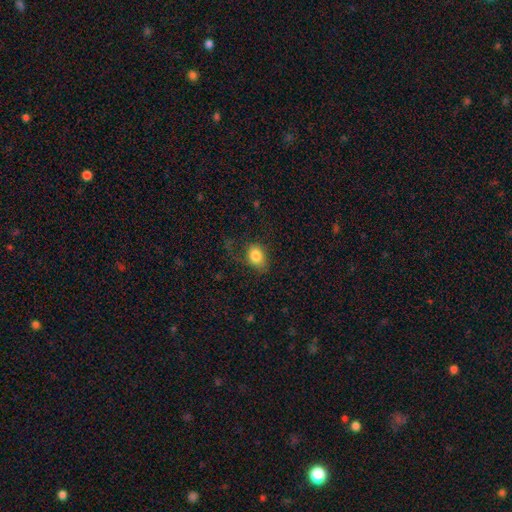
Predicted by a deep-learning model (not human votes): This is clearly a smooth galaxy (82%). How rounded: likely in between (74%). Merging: possibly none (59%).